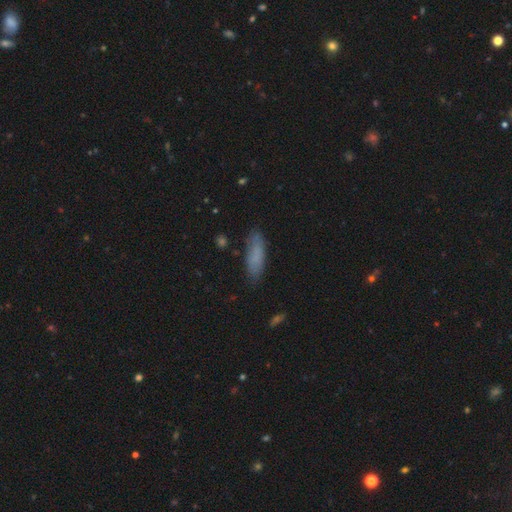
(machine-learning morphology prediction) Smooth or featured?
  - smooth: 79% *
  - featured or disk: 13%
  - star or artifact: 8%
How rounded?
  - cigar-shaped: 50% *
  - in between: 48%
  - round: 2%
Merging?
  - none: 80% *
  - minor disturbance: 15%
  - major disturbance: 3%
  - merger: 2%